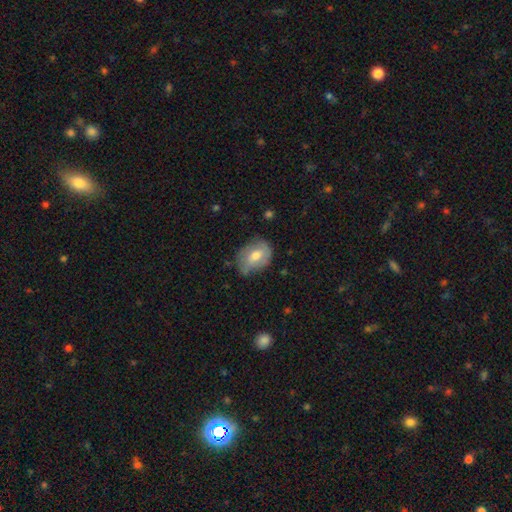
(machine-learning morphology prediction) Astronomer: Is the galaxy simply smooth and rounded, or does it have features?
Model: smooth — 60%.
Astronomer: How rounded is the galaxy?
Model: in between — 72%.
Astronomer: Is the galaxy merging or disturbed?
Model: none — 56% (runner-up: minor disturbance, 33%).